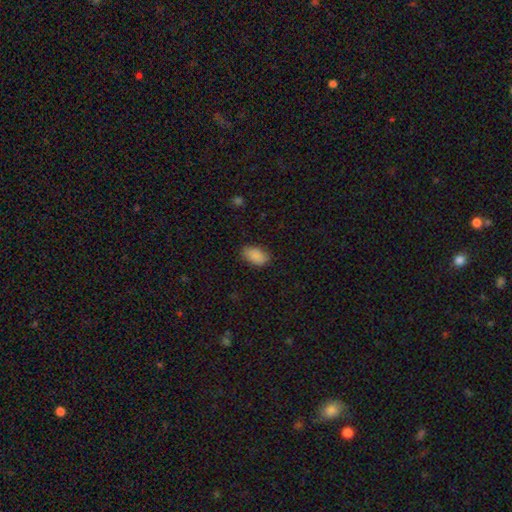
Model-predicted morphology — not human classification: Smooth or featured? Predicted: smooth (p=0.89). How rounded? Predicted: in between (p=0.92). Merging? Predicted: none (p=0.81).